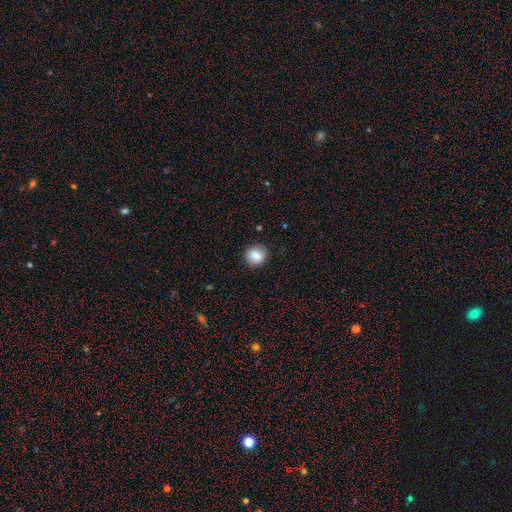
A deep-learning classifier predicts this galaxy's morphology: Smooth or featured?
  - smooth: 84% *
  - star or artifact: 9%
  - featured or disk: 7%
How rounded?
  - round: 84% *
  - in between: 15%
  - cigar-shaped: 1%
Merging?
  - none: 85% *
  - minor disturbance: 11%
  - major disturbance: 3%
  - merger: 1%